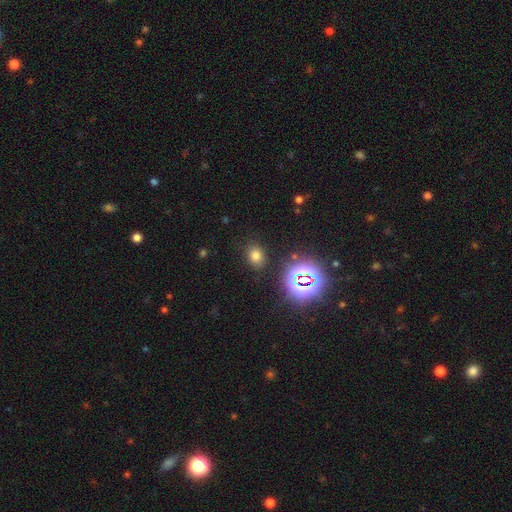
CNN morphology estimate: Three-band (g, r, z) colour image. It shows a smooth galaxy with no disk features (69%) that is round (51%). Merging: none (85%).